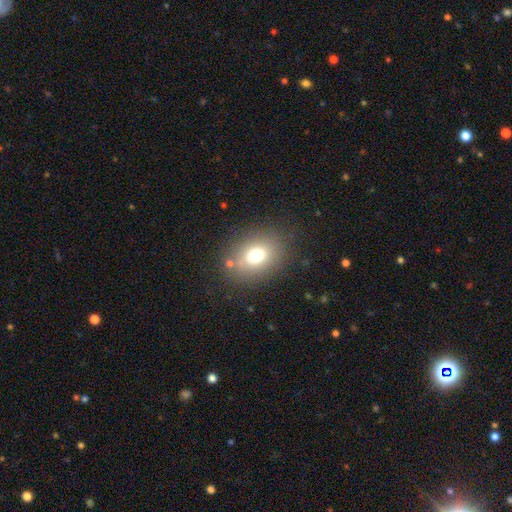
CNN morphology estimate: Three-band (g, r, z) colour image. It shows a smooth galaxy with no disk features (72%) that is in between round and cigar-shaped (58%). Merging: none (80%).